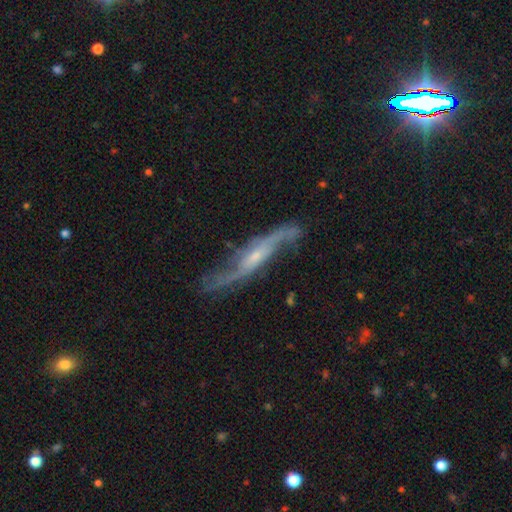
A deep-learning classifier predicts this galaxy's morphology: type=featured or disk (84%); edge-on=no (66%); bar=no (47%); spiral arms=yes (93%); winding=loose (80%); arm count=2 (89%); bulge=small (64%); merging=none (64%).